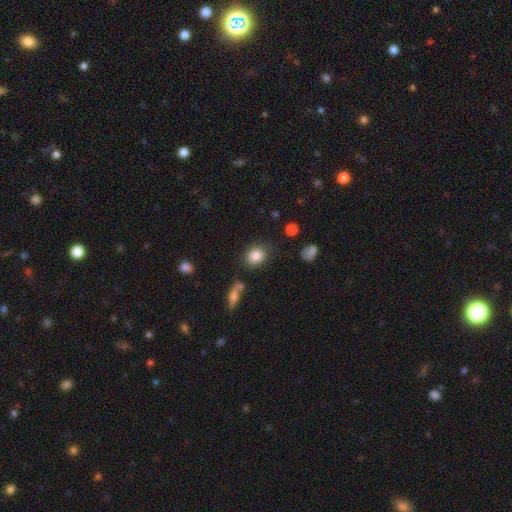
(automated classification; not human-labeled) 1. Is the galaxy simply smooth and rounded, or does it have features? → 85% smooth, 9% star or artifact, 6% featured or disk.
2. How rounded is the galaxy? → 57% round, 41% in between, 1% cigar-shaped.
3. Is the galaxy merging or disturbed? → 80% none, 12% minor disturbance, 5% merger, 4% major disturbance.